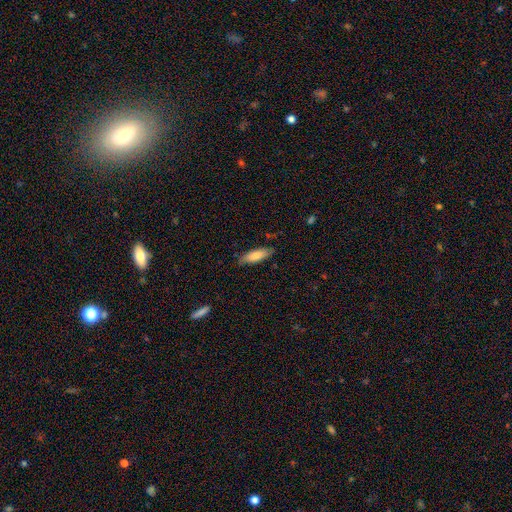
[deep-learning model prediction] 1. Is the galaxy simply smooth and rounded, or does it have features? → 81% smooth, 13% featured or disk, 6% star or artifact.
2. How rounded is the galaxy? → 51% in between, 47% cigar-shaped, 2% round.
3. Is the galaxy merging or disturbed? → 80% none, 16% minor disturbance, 3% major disturbance, 1% merger.